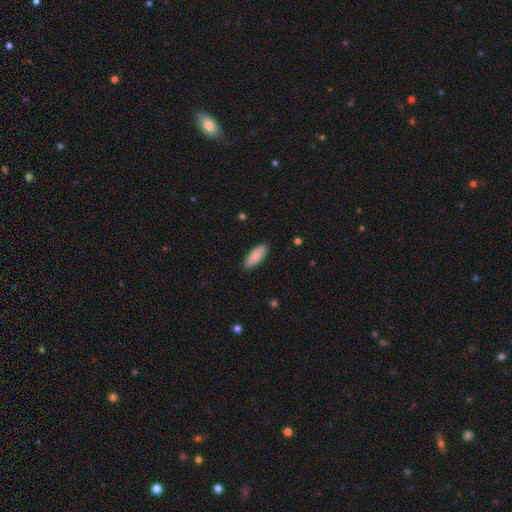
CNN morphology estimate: Smooth or featured? smooth (87%)
How rounded? in between (66%)
Merging? none (89%)